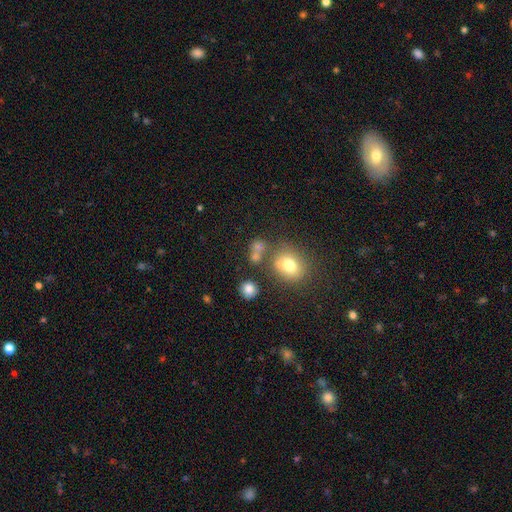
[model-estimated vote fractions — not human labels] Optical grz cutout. It shows a smooth galaxy with no disk features (67%) that is round (69%). Merging: none (55%).